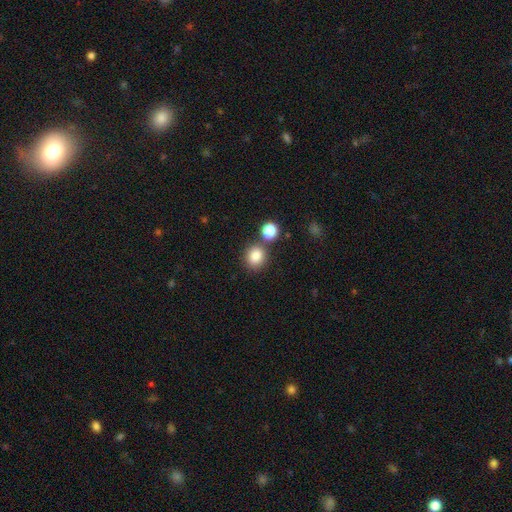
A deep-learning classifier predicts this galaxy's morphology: Smooth or featured: smooth — 85% (star or artifact — 11%)
How rounded: round — 83% (in between — 16%)
Merging: none — 72% (merger — 15%)